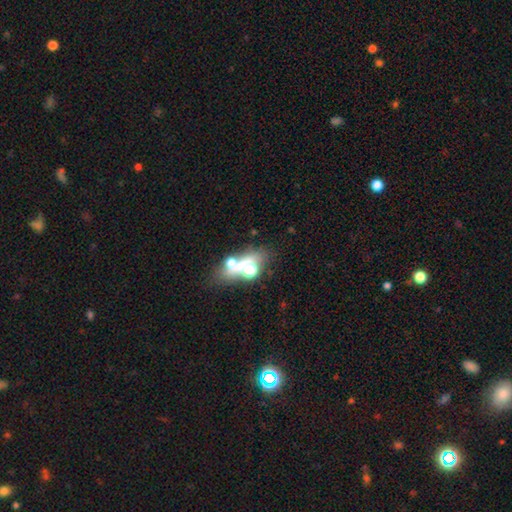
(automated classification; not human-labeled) Overall: smooth (40%; star or artifact 38%). Merging: none (51%; merger 26%).